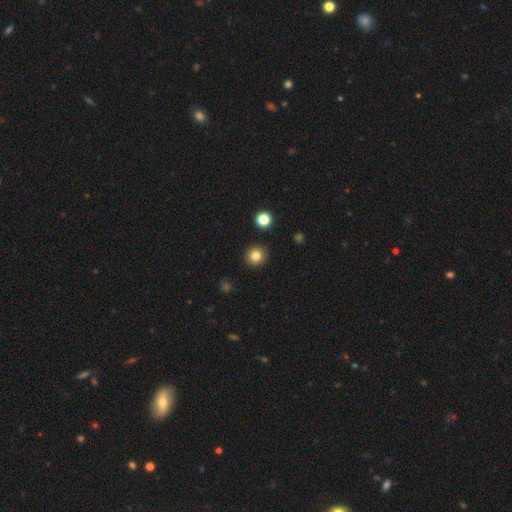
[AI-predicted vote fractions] The model was most divided on "smooth or featured": smooth: 82%, star or artifact: 12%, featured or disk: 6%. More confident: how rounded — round (93%); merging — none (92%).